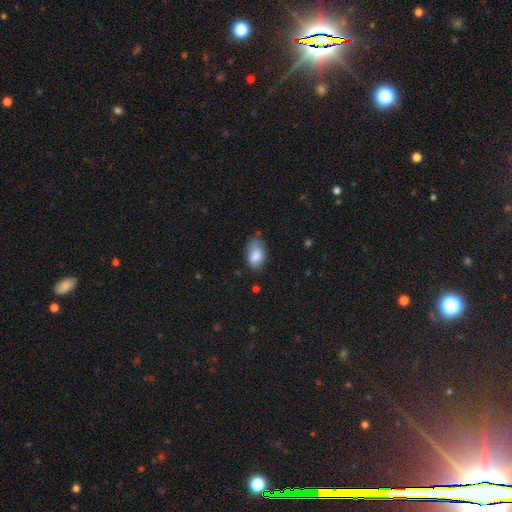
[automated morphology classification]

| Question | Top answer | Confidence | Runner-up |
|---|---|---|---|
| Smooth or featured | smooth | 82% | featured or disk (10%) |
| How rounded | in between | 91% | round (7%) |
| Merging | none | 56% | minor disturbance (33%) |